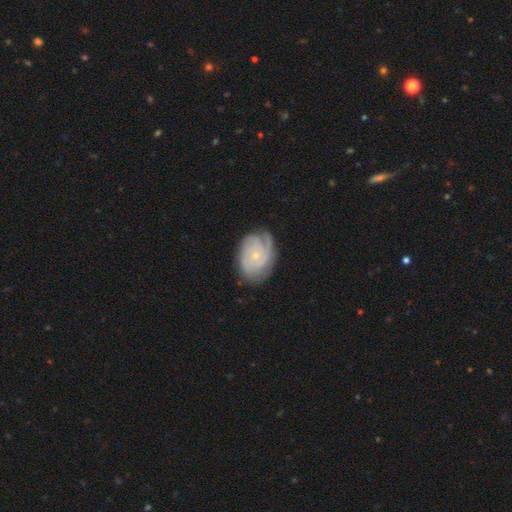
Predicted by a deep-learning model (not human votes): Smooth or featured?
  - featured or disk: 81% *
  - smooth: 13%
  - star or artifact: 5%
Edge-on disk?
  - no: 97% *
  - yes: 3%
Bar?
  - no: 77% *
  - weak: 20%
  - strong: 3%
Spiral arms?
  - yes: 96% *
  - no: 4%
Spiral winding?
  - tight: 69% *
  - medium: 25%
  - loose: 6%
Spiral arm count?
  - 3: 30% *
  - can't tell: 26%
  - 2: 21%
  - 4: 12%
  - 1: 6%
  - more than 4: 5%
Bulge size?
  - small: 74% *
  - moderate: 22%
  - none: 2%
  - large: 1%
  - dominant: 1%
Merging?
  - none: 73% *
  - minor disturbance: 19%
  - major disturbance: 6%
  - merger: 1%